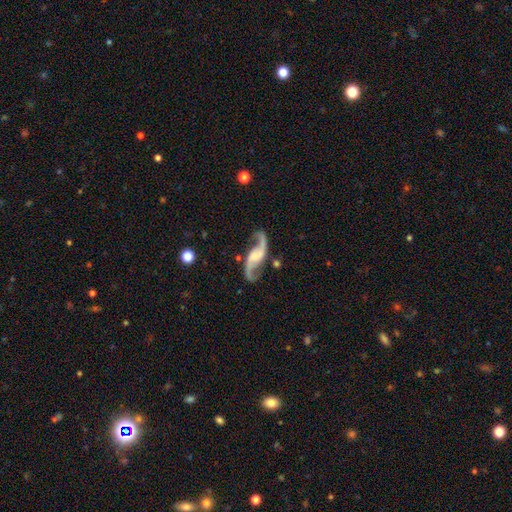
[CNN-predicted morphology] This appears to be a featured or disk galaxy (92%) with a weak bar (40%, tied with no), 2 (94%) loose (78%) spiral arms (98%) and no central bulge (38%). Merging: none (79%).